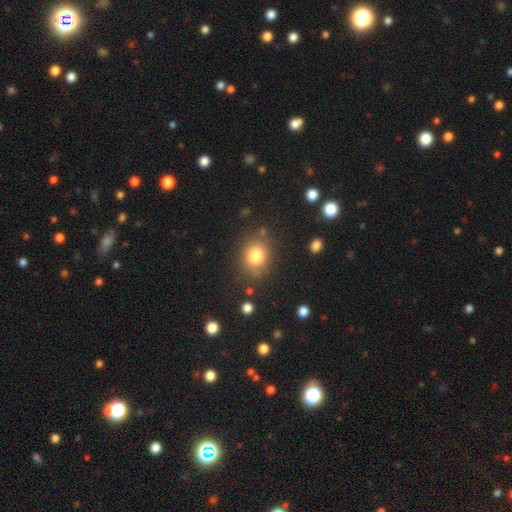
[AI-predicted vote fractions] smooth 79%, star or artifact 11%, featured or disk 9%. Down the decision tree: how rounded — round (61%); merging — none (77%).